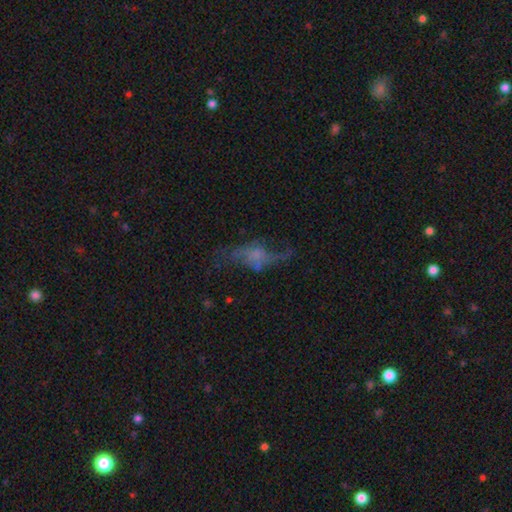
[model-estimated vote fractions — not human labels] Smooth or featured? featured or disk (61%)
Edge-on disk? no (84%)
Bar? no (72%)
Spiral arms? yes (61%)
Bulge size? none (40%)
Merging? none (42%)